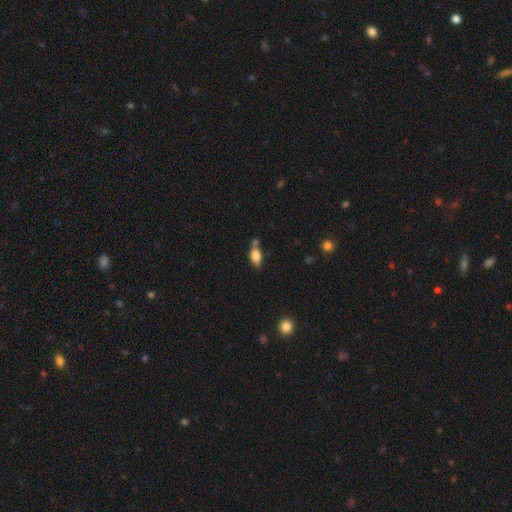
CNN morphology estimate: smooth-or-featured: smooth: 80% | featured or disk: 12% | star or artifact: 8%
  how-rounded: in between: 86% | cigar-shaped: 9% | round: 5%
  merging: none: 59% | minor disturbance: 19% | merger: 18% | major disturbance: 5%